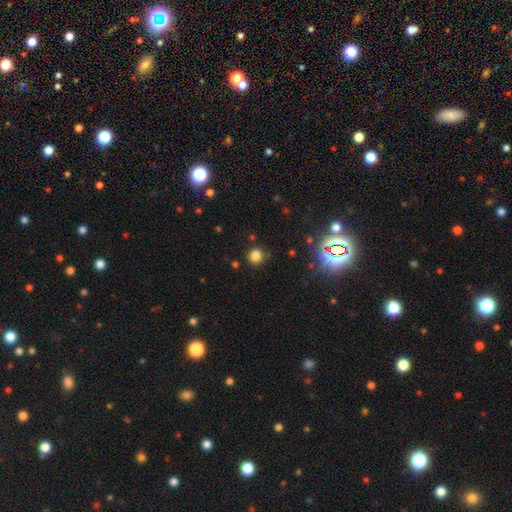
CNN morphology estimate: Overall: smooth (78%). How rounded: round (87%). Merging: none (83%).